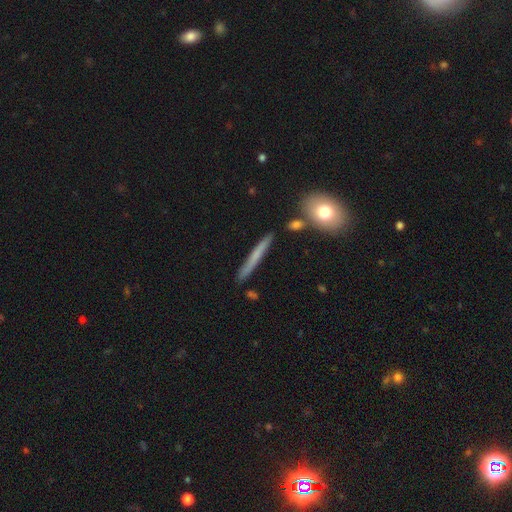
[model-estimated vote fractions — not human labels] A smooth galaxy with no disk features (54%) that is cigar-shaped (94%).

Vote fractions:
- Smooth or featured? smooth: 54% / featured or disk: 40% / star or artifact: 6%
- How rounded? cigar-shaped: 94% / in between: 3% / round: 2%
- Merging? none: 86% / minor disturbance: 9% / merger: 4% / major disturbance: 2%